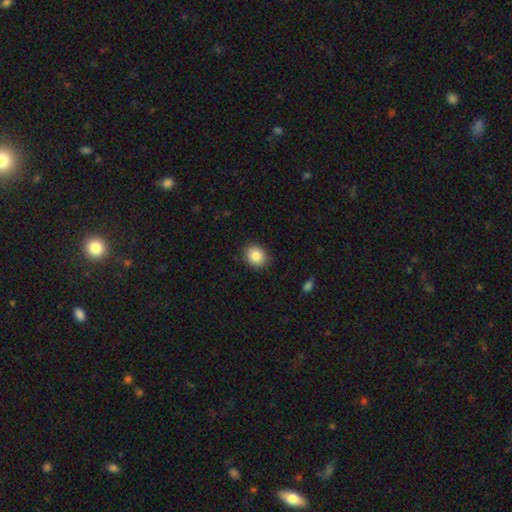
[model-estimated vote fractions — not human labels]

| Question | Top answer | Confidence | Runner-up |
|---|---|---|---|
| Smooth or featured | smooth | 86% | star or artifact (9%) |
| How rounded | round | 67% | in between (32%) |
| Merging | none | 88% | minor disturbance (9%) |